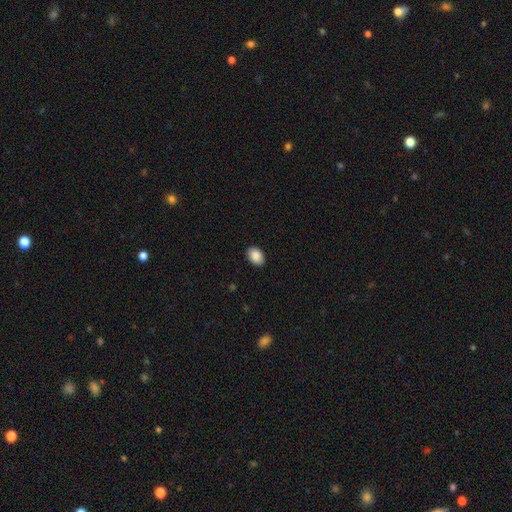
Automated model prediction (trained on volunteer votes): Smooth or featured? smooth (89%)
How rounded? in between (82%)
Merging? none (88%)